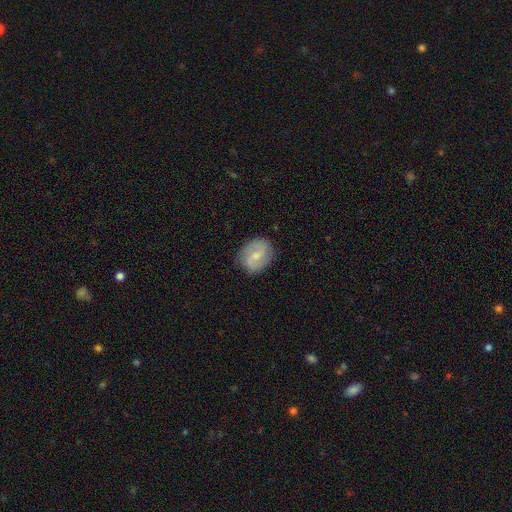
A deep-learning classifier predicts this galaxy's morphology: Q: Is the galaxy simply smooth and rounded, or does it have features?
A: featured or disk — 56%.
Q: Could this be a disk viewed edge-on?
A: no — 97%.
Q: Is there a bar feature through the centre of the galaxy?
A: weak — 54%.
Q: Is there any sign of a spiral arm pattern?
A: yes — 88%.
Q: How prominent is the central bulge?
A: small — 54%.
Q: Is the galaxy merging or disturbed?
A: none — 84%.